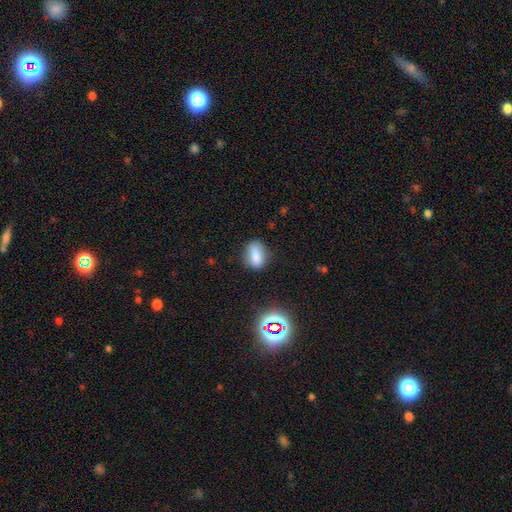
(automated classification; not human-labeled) Q: Smooth or featured?
A: smooth (77%); runner-up: star or artifact (12%)
Q: How rounded?
A: in between (72%); runner-up: round (21%)
Q: Merging?
A: none (73%); runner-up: minor disturbance (19%)